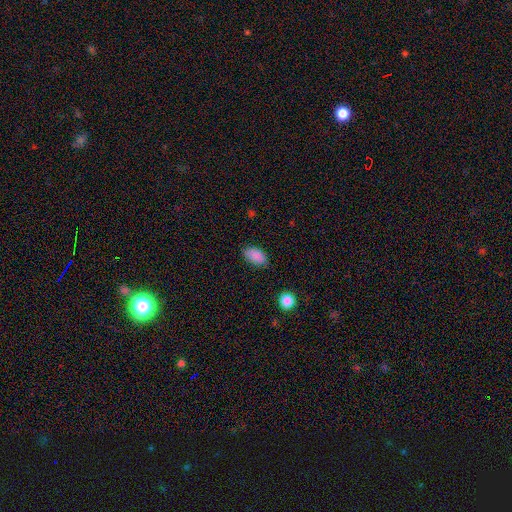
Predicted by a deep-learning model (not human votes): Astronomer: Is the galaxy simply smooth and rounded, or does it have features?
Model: smooth — 88%.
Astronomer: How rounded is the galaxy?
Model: in between — 92%.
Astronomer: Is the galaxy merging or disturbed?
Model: none — 77%.